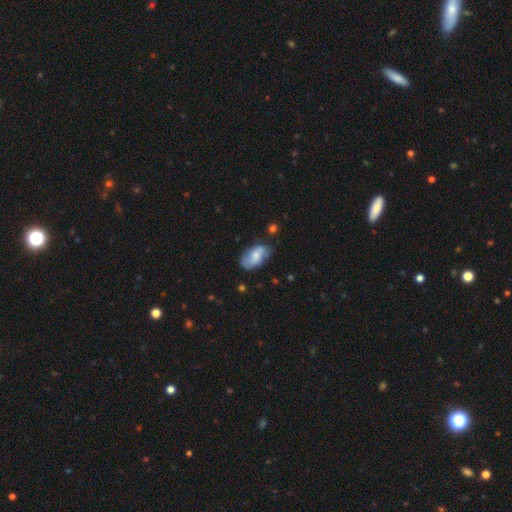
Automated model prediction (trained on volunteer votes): smooth_or_featured: smooth (p=0.61) [alt: featured or disk p=0.32]
how_rounded: in between (p=0.92) [alt: round p=0.05]
merging: none (p=0.57) [alt: minor disturbance p=0.29]